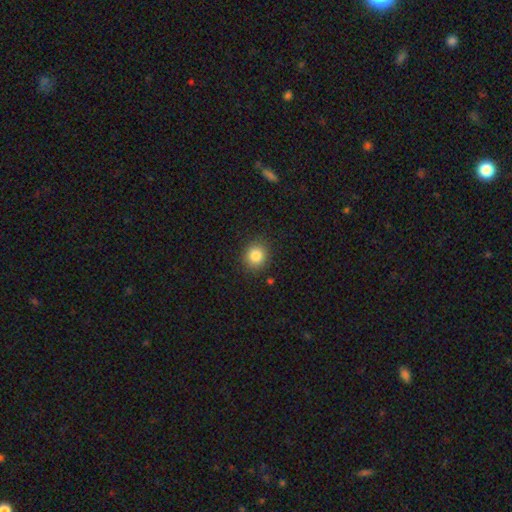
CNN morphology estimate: smooth_or_featured: smooth (p=0.84) [alt: star or artifact p=0.10]
how_rounded: round (p=0.83) [alt: in between p=0.17]
merging: none (p=0.88) [alt: minor disturbance p=0.08]